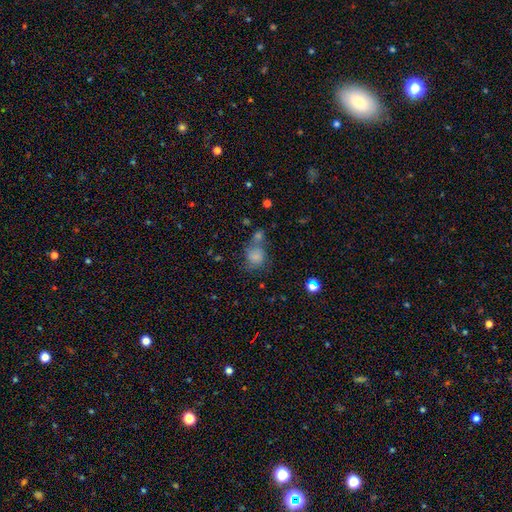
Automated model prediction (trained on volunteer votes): This appears to be a smooth galaxy with no disk features (74%) that is round (61%). Merging: none (38%).